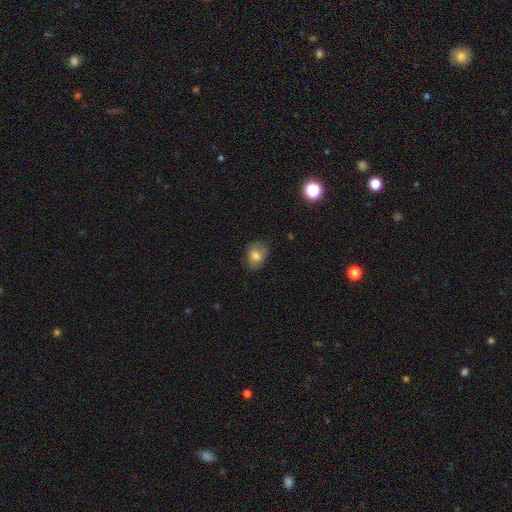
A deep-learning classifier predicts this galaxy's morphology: A smooth galaxy with no disk features (76%) that is in between round and cigar-shaped (60%).

Vote fractions:
- Smooth or featured? smooth: 76% / featured or disk: 14% / star or artifact: 10%
- How rounded? in between: 60% / round: 39% / cigar-shaped: 1%
- Merging? none: 71% / minor disturbance: 22% / major disturbance: 7% / merger: 1%